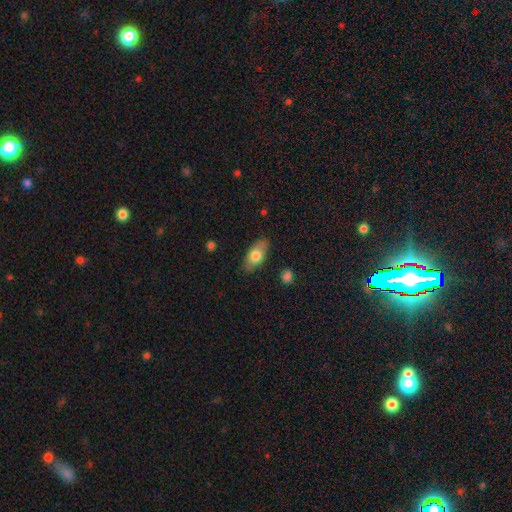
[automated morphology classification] Smooth or featured?
  - smooth: 72% *
  - featured or disk: 22%
  - star or artifact: 6%
How rounded?
  - in between: 88% *
  - cigar-shaped: 8%
  - round: 4%
Merging?
  - none: 84% *
  - minor disturbance: 12%
  - major disturbance: 3%
  - merger: 1%